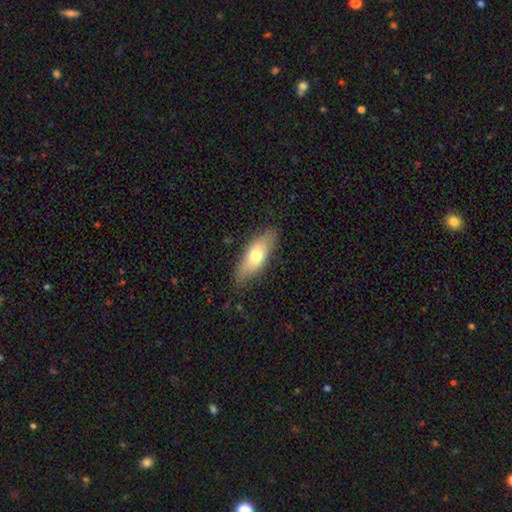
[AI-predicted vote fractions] Morphology: type=smooth (68%); roundness=in between (66%); merging=none (83%).